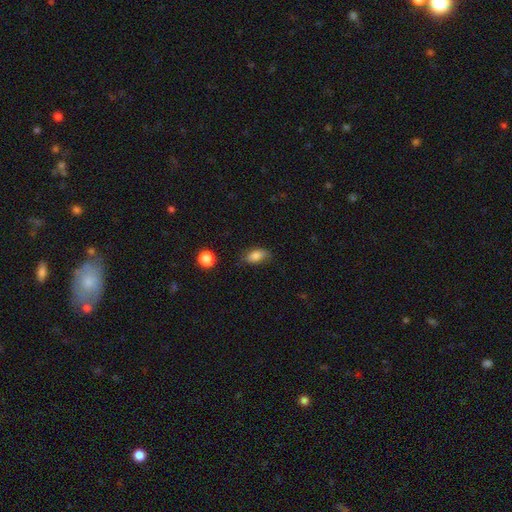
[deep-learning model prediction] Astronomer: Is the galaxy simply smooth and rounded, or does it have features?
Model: smooth — 82%.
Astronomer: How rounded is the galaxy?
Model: in between — 88%.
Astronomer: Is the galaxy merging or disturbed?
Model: none — 73%.